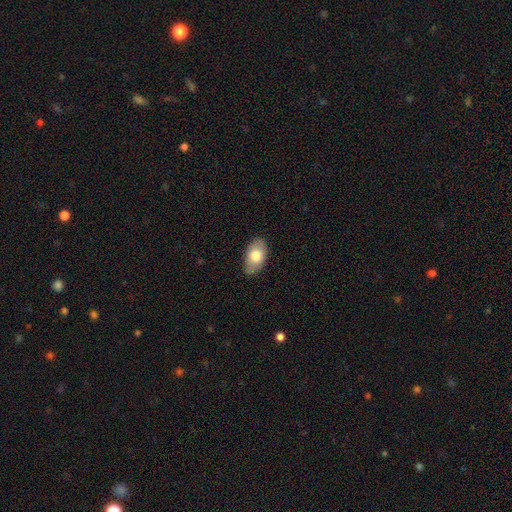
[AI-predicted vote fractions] Q: Smooth or featured?
A: smooth (74%); runner-up: featured or disk (20%)
Q: How rounded?
A: in between (93%); runner-up: round (5%)
Q: Merging?
A: none (83%); runner-up: minor disturbance (13%)